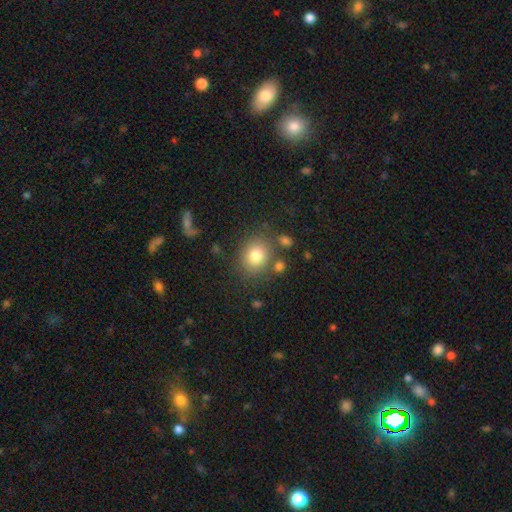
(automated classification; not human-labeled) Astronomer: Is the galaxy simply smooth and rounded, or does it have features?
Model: smooth — 78%.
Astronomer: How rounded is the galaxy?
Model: round — 70%.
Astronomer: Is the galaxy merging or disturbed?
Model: none — 78%.